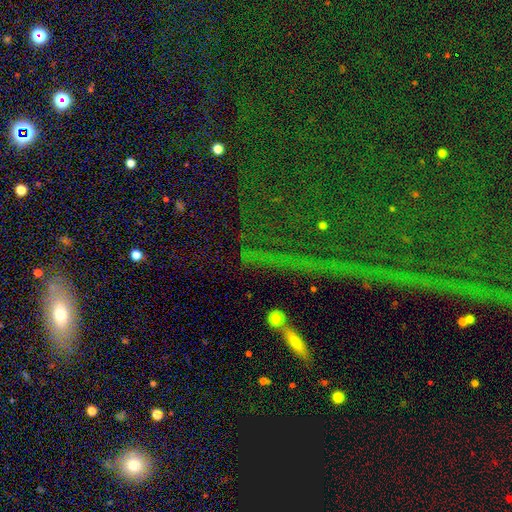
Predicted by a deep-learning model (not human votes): Overall: star or artifact (74%).